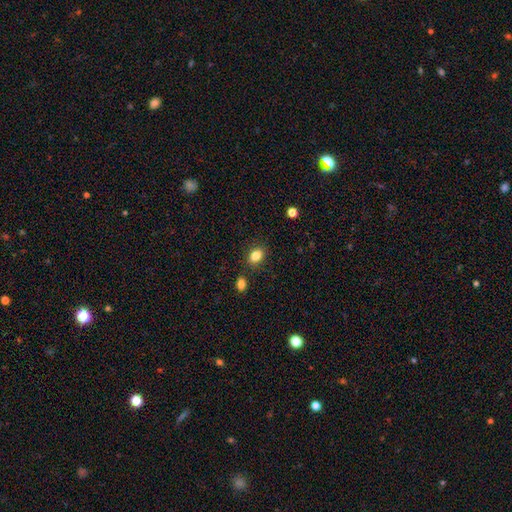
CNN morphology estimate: smooth-or-featured: smooth: 84% | star or artifact: 10% | featured or disk: 6%
  how-rounded: in between: 66% | round: 32% | cigar-shaped: 1%
  merging: none: 84% | minor disturbance: 10% | merger: 4% | major disturbance: 3%